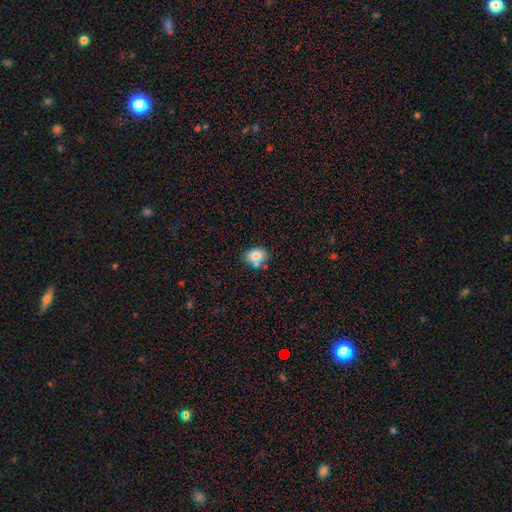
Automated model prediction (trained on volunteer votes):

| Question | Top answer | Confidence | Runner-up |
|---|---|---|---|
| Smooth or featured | smooth | 81% | featured or disk (10%) |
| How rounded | in between | 67% | round (32%) |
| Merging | none | 67% | merger (16%) |